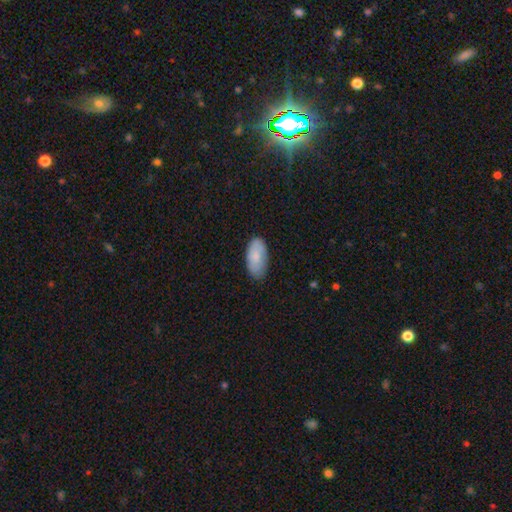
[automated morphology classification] smooth 83%, featured or disk 11%, star or artifact 6%. Down the decision tree: how rounded — in between (94%); merging — none (81%).